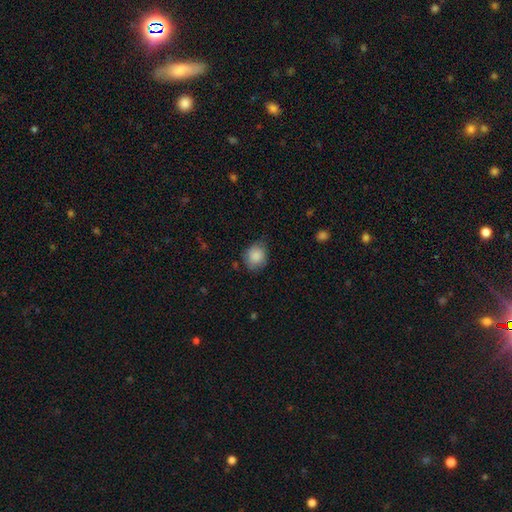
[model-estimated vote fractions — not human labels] Smooth or featured?
  - smooth: 86% *
  - star or artifact: 7%
  - featured or disk: 6%
How rounded?
  - round: 65% *
  - in between: 34%
  - cigar-shaped: 1%
Merging?
  - none: 66% *
  - minor disturbance: 27%
  - major disturbance: 6%
  - merger: 1%